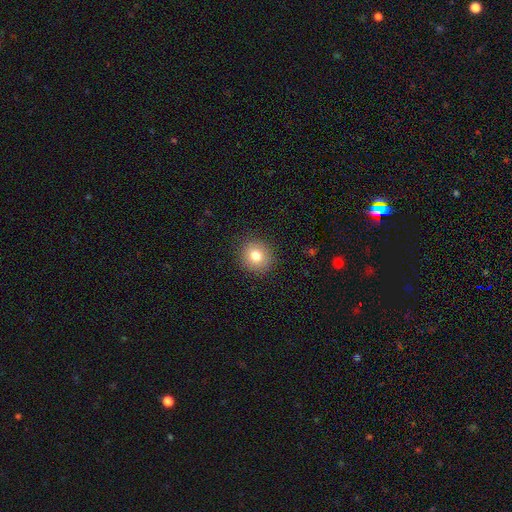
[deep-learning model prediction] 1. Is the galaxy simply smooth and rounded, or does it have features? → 80% smooth, 11% star or artifact, 9% featured or disk.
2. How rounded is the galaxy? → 88% round, 11% in between, 1% cigar-shaped.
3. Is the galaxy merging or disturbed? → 90% none, 7% minor disturbance, 2% major disturbance, 1% merger.